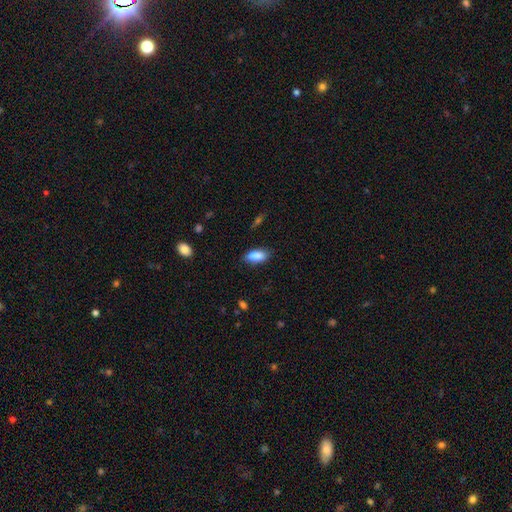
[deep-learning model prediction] Smooth or featured? smooth (87%)
How rounded? in between (85%)
Merging? none (79%)